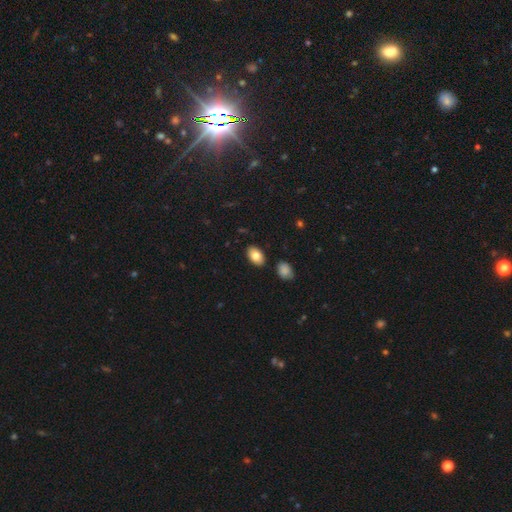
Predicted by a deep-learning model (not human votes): This is clearly a smooth galaxy (82%). How rounded: clearly in between (91%). Merging: clearly none (87%).